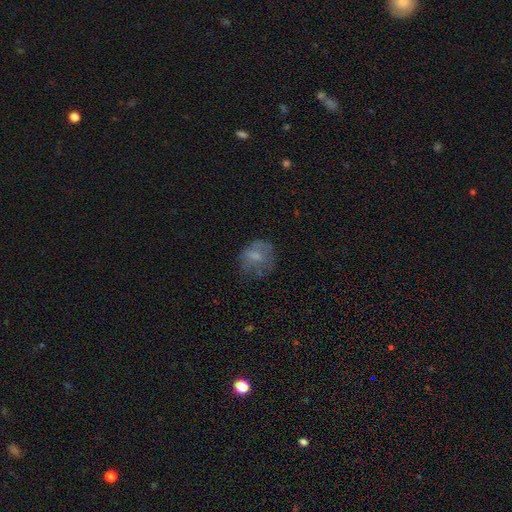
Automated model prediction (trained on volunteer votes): Smooth or featured? smooth (61%)
How rounded? round (67%)
Merging? none (53%)